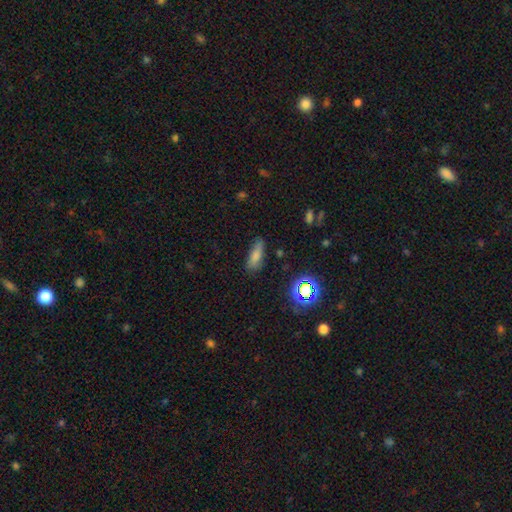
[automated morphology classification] Overall: smooth (75%). How rounded: in between (56%; cigar-shaped 40%). Merging: none (72%).